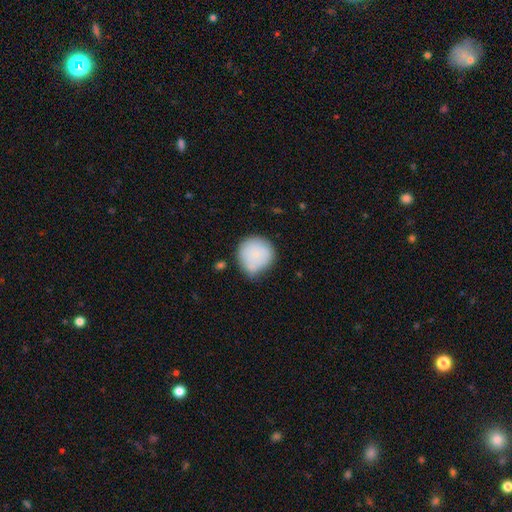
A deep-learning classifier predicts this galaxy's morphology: Smooth or featured?
  - smooth: 81% *
  - featured or disk: 12%
  - star or artifact: 7%
How rounded?
  - round: 89% *
  - in between: 10%
  - cigar-shaped: 1%
Merging?
  - none: 48% *
  - minor disturbance: 34%
  - merger: 9%
  - major disturbance: 9%